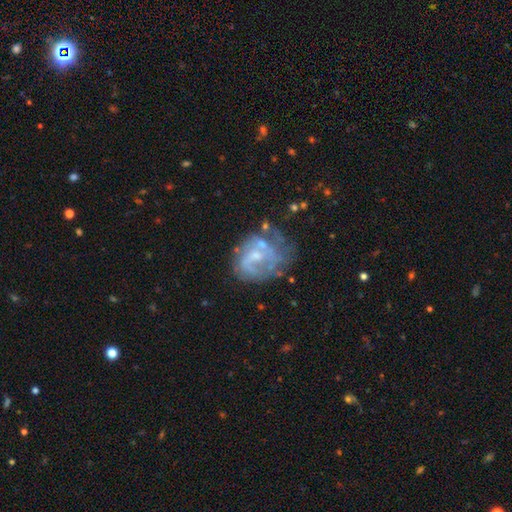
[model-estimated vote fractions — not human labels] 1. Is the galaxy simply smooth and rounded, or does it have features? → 68% featured or disk, 22% smooth, 10% star or artifact.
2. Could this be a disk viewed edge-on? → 98% no, 2% yes.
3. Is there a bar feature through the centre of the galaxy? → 59% no, 34% weak, 7% strong.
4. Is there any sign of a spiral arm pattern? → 60% yes, 40% no.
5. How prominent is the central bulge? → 44% small, 34% moderate, 18% none, 2% large, 1% dominant.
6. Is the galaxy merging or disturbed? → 44% none, 25% major disturbance, 23% minor disturbance, 8% merger.